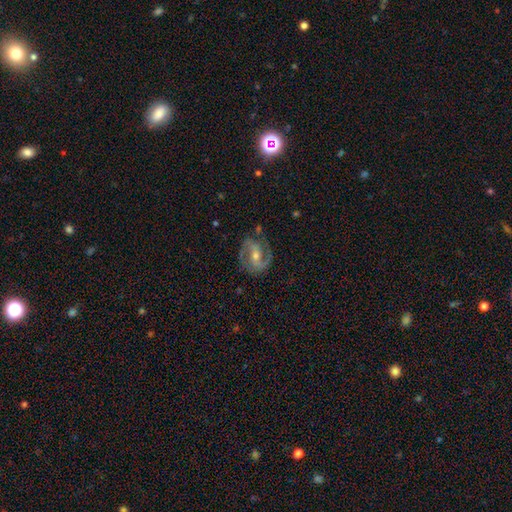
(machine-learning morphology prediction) smooth-or-featured: featured or disk: 89% | star or artifact: 6% | smooth: 6%
  disk-edge-on: no: 97% | yes: 3%
    bar: weak: 39% | strong: 33% | no: 28%
    has-spiral-arms: yes: 97% | no: 3%
      spiral-winding: medium: 56% | tight: 28% | loose: 15%
      spiral-arm-count: 2: 91% | can't tell: 3% | 3: 2% | 1: 2% | 4: 1% | more than 4: 1%
    bulge-size: moderate: 48% (tied) | small: 48% (tied) | large: 2% | none: 1% | dominant: 1%
  merging: none: 81% | minor disturbance: 13% | major disturbance: 5% | merger: 2%